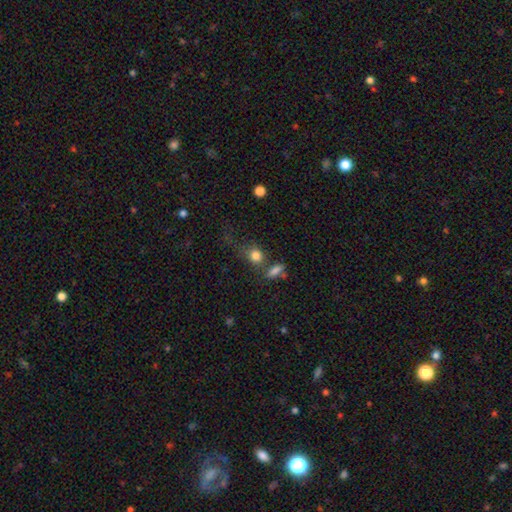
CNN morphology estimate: The model was most divided on "how rounded": round: 63%, in between: 34%, cigar-shaped: 3%. More confident: smooth or featured — smooth (81%); merging — none (52%).